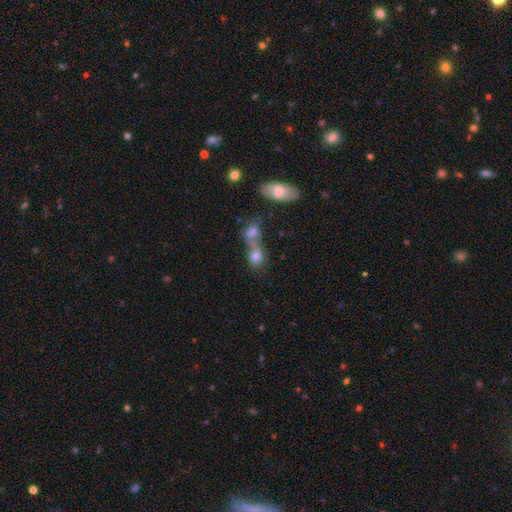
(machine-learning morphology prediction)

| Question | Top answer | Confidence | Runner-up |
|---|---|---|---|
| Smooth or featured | smooth | 68% | featured or disk (18%) |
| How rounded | in between | 56% | round (40%) |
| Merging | merger | 56% | none (28%) |